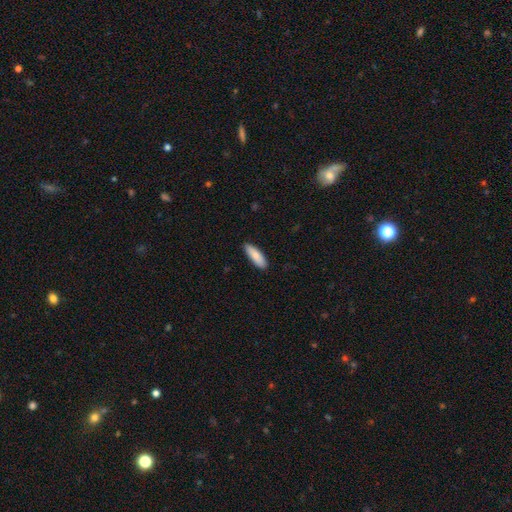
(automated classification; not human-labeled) The model was most divided on "how rounded": in between: 54%, cigar-shaped: 45%, round: 2%. More confident: merging — none (88%); smooth or featured — smooth (87%).